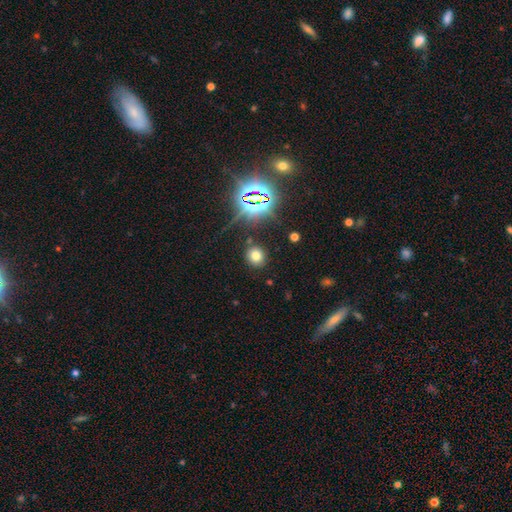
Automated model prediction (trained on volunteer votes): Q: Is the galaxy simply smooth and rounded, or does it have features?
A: smooth — 69%.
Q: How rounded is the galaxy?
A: round — 75%.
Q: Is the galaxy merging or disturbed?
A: none — 85%.